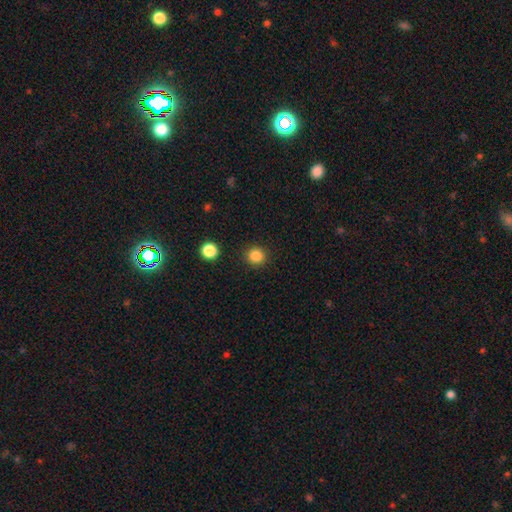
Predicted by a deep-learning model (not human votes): smooth 84%, star or artifact 12%, featured or disk 4%. Down the decision tree: how rounded — round (90%); merging — none (91%).